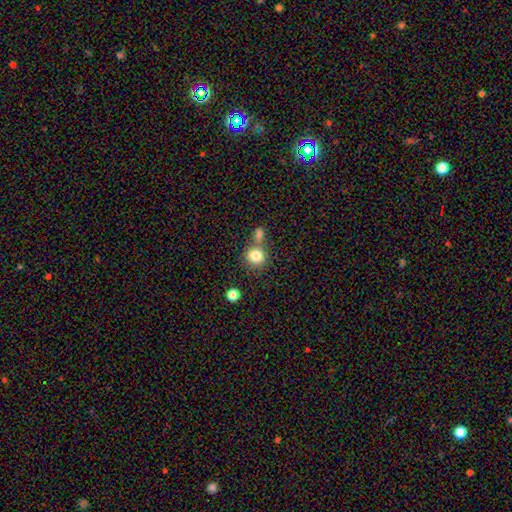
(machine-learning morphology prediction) smooth_or_featured: smooth (p=0.82) [alt: star or artifact p=0.10]
how_rounded: round (p=0.84) [alt: in between p=0.15]
merging: none (p=0.59) [alt: merger p=0.27]